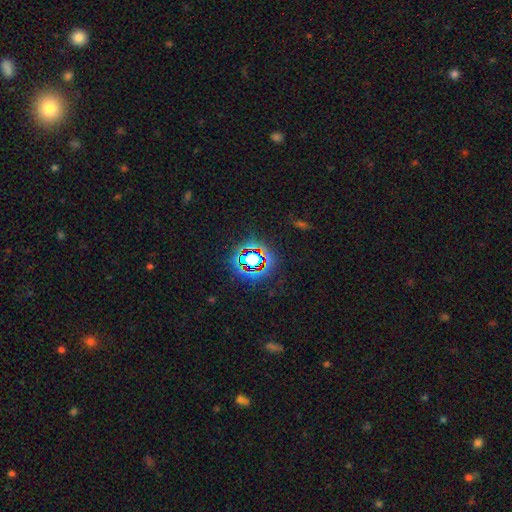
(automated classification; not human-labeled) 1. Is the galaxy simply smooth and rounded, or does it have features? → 76% star or artifact, 14% smooth, 9% featured or disk.